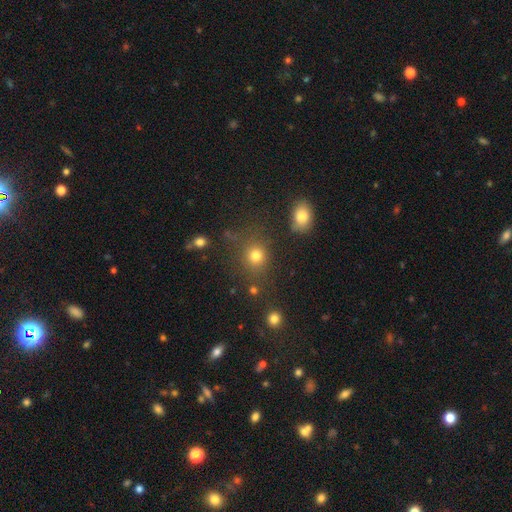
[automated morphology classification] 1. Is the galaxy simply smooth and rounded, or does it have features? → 77% smooth, 16% star or artifact, 7% featured or disk.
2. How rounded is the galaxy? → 80% round, 19% in between, 1% cigar-shaped.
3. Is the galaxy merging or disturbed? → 75% none, 12% minor disturbance, 7% merger, 6% major disturbance.